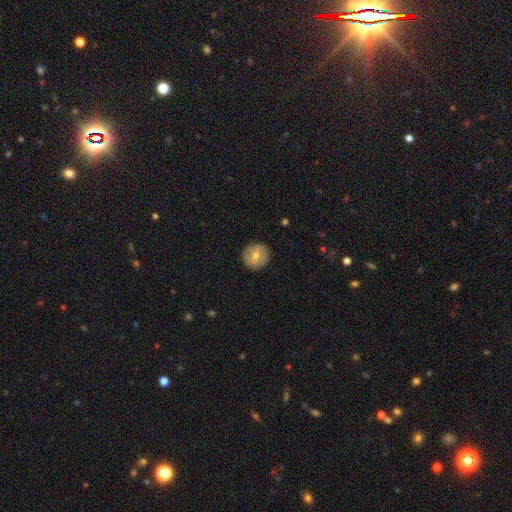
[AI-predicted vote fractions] smooth-or-featured: smooth: 55% | featured or disk: 38% | star or artifact: 7%
  how-rounded: round: 91% | in between: 8% | cigar-shaped: 1%
  merging: none: 89% | minor disturbance: 8% | major disturbance: 2% | merger: 1%